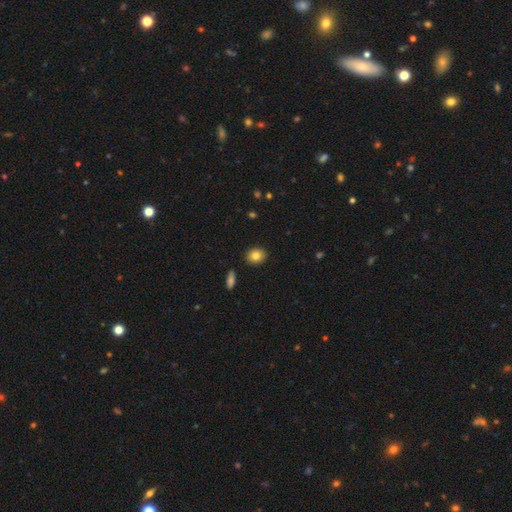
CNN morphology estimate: A smooth galaxy with no disk features (82%) that is round (52%).

Vote fractions:
- Smooth or featured? smooth: 82% / star or artifact: 9% / featured or disk: 9%
- How rounded? round: 52% / in between: 47% / cigar-shaped: 1%
- Merging? none: 90% / minor disturbance: 7% / major disturbance: 2% / merger: 2%